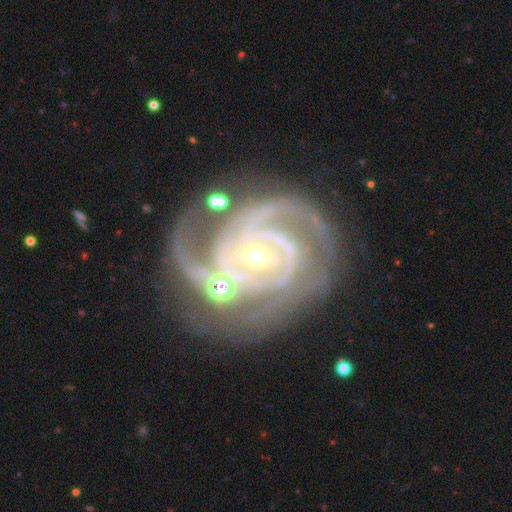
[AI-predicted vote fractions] featured or disk 92%, star or artifact 5%, smooth 3%. Down the decision tree: edge-on disk — no (98%); bar — weak (40%); spiral arms — yes (98%); spiral arm count — 3 (42%); spiral winding — tight (69%); bulge size — small (59%); merging — none (54%).